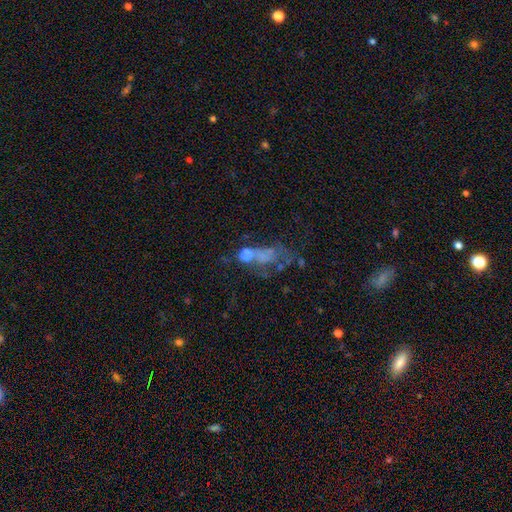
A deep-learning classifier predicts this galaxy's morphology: type=featured or disk (48%); merging=major disturbance (30%).